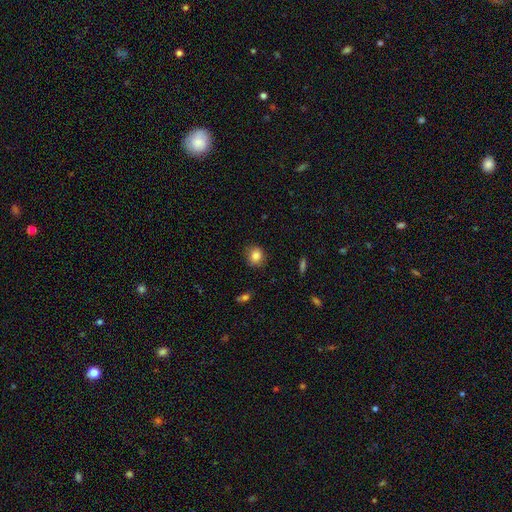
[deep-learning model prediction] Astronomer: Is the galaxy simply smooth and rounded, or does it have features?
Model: smooth — 85%.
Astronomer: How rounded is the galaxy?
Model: round — 75%.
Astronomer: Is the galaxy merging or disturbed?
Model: none — 82%.